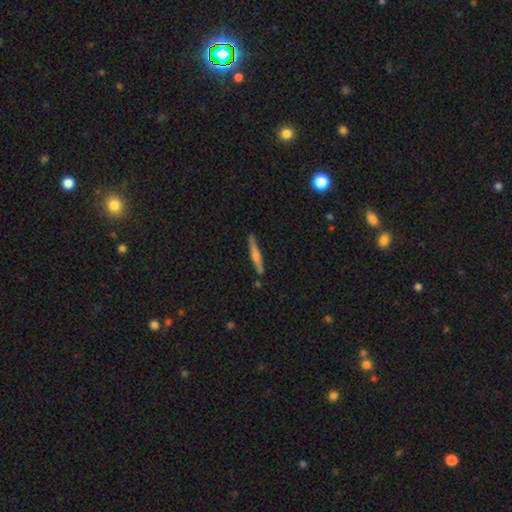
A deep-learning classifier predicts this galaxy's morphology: This appears to be a featured or disk galaxy (65%) viewed edge-on (97%) with a rounded central bulge (78%). Merging: none (89%).